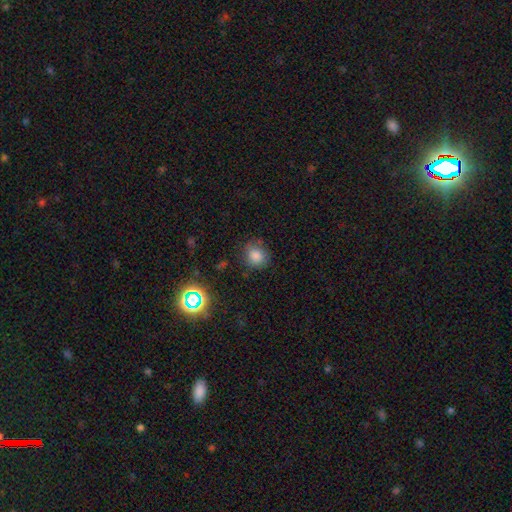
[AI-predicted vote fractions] Smooth or featured? smooth (80%)
How rounded? round (77%)
Merging? none (78%)